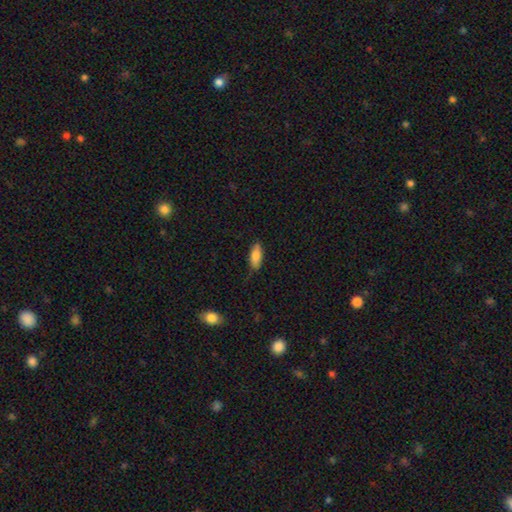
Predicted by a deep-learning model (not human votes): smooth-or-featured: smooth: 82% | featured or disk: 12% | star or artifact: 6%
  how-rounded: in between: 76% | cigar-shaped: 22% | round: 2%
  merging: none: 75% | minor disturbance: 20% | major disturbance: 3% | merger: 1%